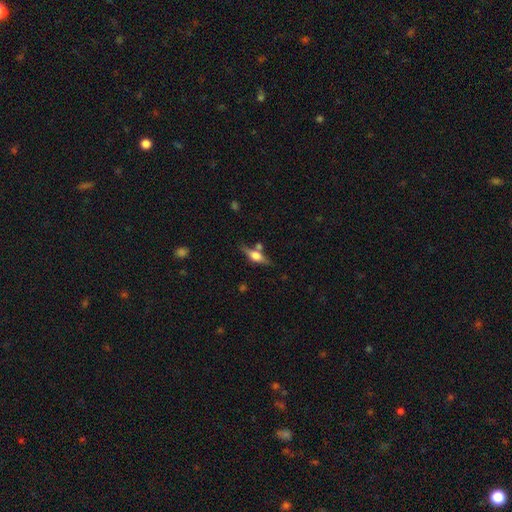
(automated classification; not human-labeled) Smooth or featured: featured or disk — 64% (smooth — 28%)
Edge-on disk: yes — 95% (no — 5%)
Edge-on bulge: rounded — 91% (boxy — 7%)
Merging: none — 72% (minor disturbance — 13%)